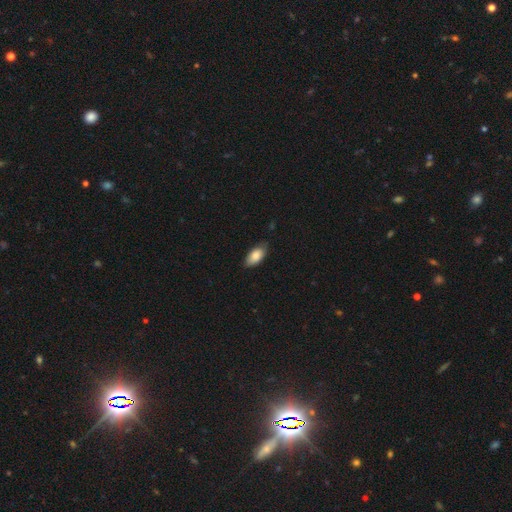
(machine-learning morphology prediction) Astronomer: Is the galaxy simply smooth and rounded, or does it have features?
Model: smooth — 83%.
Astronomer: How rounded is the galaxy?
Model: in between — 93%.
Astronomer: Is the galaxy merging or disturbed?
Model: none — 75%.